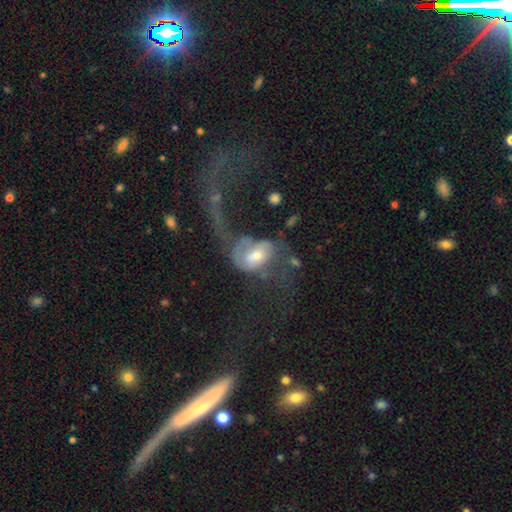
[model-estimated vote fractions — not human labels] Overall: featured or disk (54%; smooth 37%). Edge-on disk: no (95%). Bar: no (58%; weak 31%). Spiral arms: no (50%, tied with yes). Bulge size: moderate (60%; small 24%). Merging: major disturbance (57%; merger 18%).